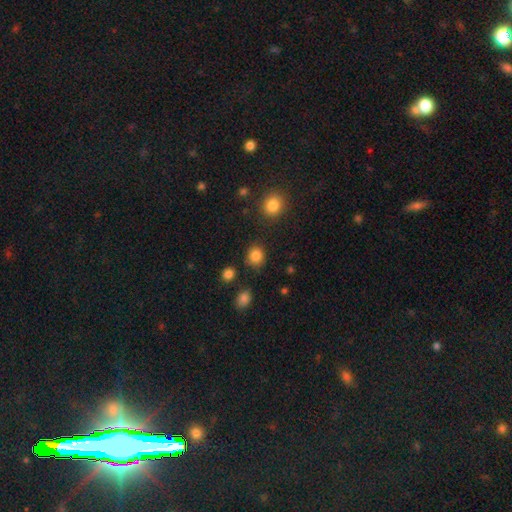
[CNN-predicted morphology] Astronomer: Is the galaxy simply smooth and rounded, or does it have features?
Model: smooth — 85%.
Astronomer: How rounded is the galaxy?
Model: round — 80%.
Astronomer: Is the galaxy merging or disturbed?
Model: none — 82%.